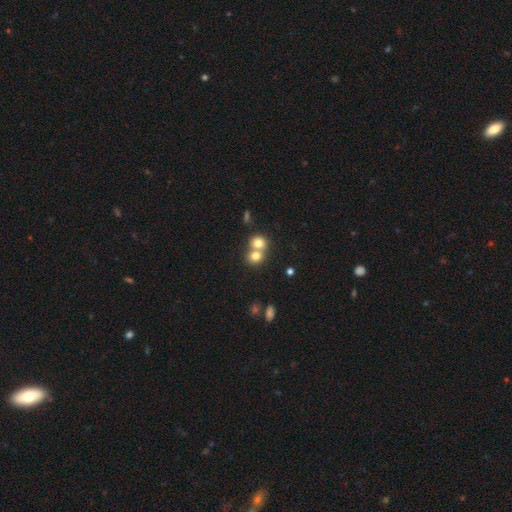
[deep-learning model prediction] Overall: smooth (75%). How rounded: round (75%). Merging: merger (61%; none 31%).